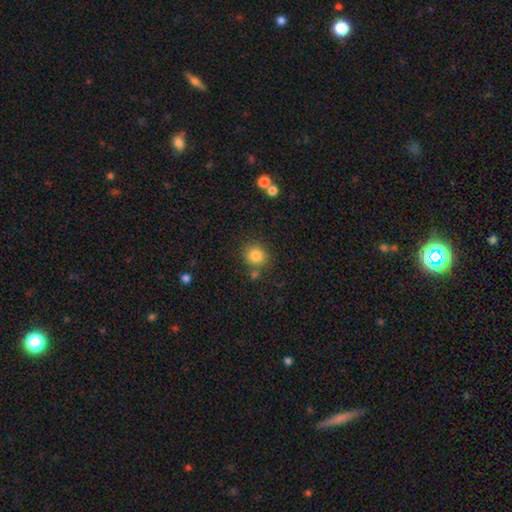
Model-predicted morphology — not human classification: The model was most divided on "how rounded": round: 82%, in between: 17%, cigar-shaped: 1%. More confident: smooth or featured — smooth (83%); merging — none (76%).